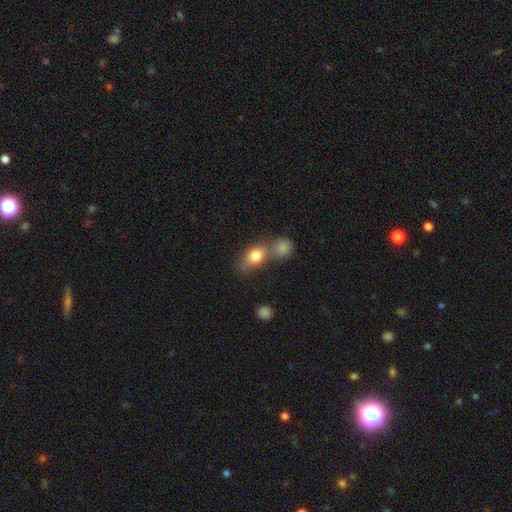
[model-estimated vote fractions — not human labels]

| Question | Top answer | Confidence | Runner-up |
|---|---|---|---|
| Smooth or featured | smooth | 81% | featured or disk (10%) |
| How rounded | in between | 65% | round (32%) |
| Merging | merger | 46% | none (38%) |